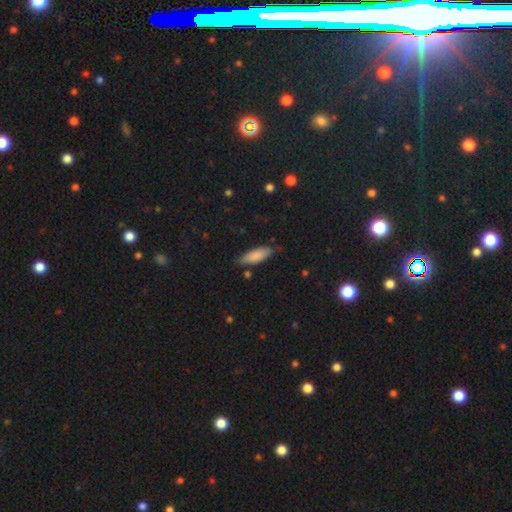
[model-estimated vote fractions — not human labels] This is clearly a smooth galaxy (84%). How rounded: likely in between (63%). Merging: likely none (78%).